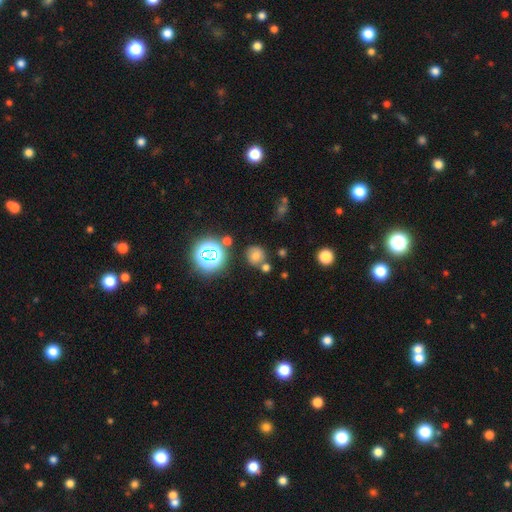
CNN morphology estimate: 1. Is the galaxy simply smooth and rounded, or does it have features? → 64% smooth, 25% star or artifact, 11% featured or disk.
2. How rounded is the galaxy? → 84% round, 15% in between, 1% cigar-shaped.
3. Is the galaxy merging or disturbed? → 73% none, 12% merger, 11% minor disturbance, 4% major disturbance.